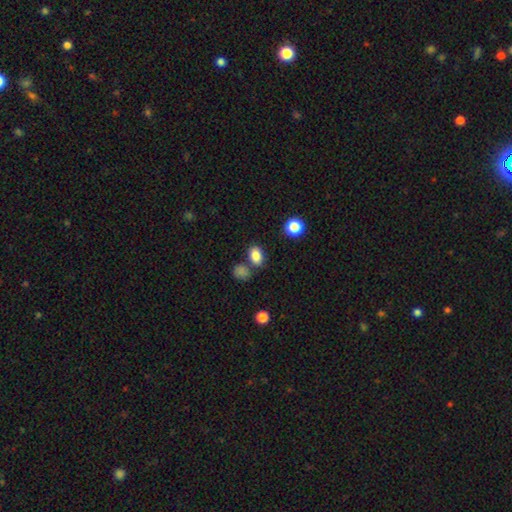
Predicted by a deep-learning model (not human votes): smooth_or_featured: smooth (p=0.84) [alt: star or artifact p=0.11]
how_rounded: in between (p=0.77) [alt: round p=0.22]
merging: none (p=0.70) [alt: merger p=0.13]